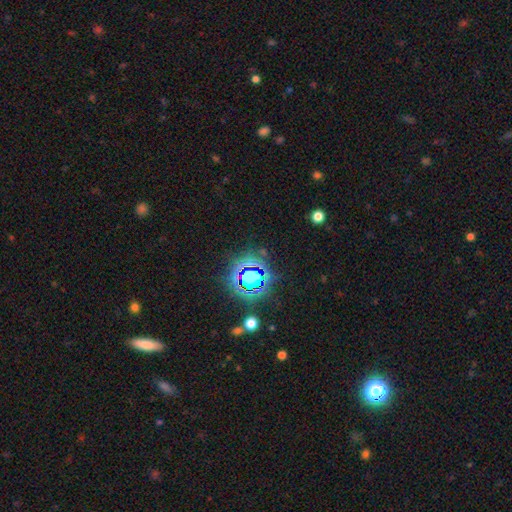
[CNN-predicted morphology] smooth_or_featured: star or artifact (p=0.76) [alt: smooth p=0.15]